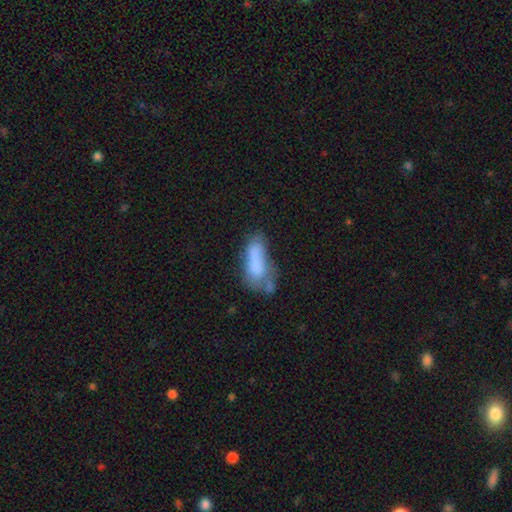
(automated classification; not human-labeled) Overall: smooth (66%). How rounded: in between (70%). Merging: none (29%; minor disturbance 25%).